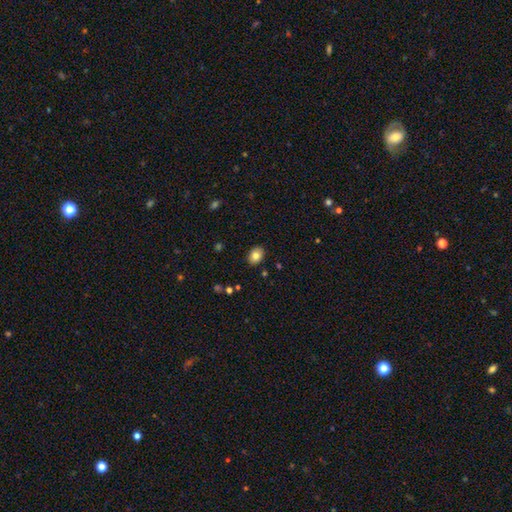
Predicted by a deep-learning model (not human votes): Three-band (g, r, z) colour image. It shows a smooth galaxy with no disk features (81%) that is in between round and cigar-shaped (72%). Merging: none (89%).